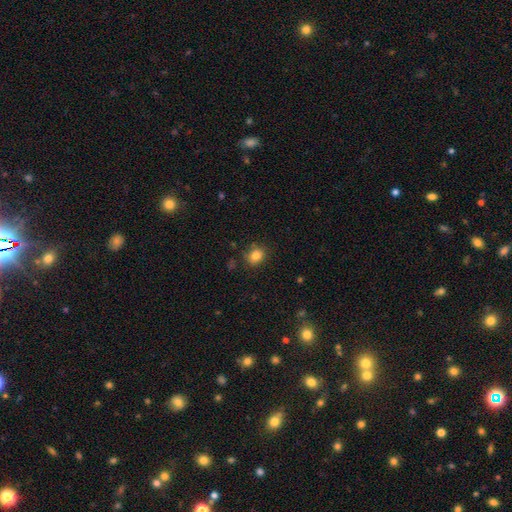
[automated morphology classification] This is clearly a smooth galaxy (83%). How rounded: possibly round (60%). Merging: clearly none (82%).